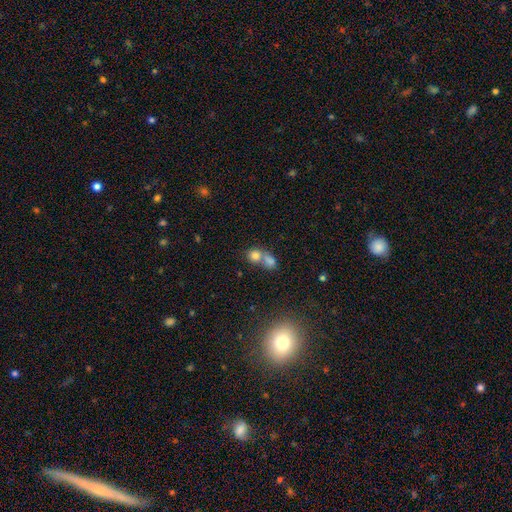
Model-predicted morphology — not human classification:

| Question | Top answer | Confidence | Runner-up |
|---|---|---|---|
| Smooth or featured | smooth | 77% | star or artifact (12%) |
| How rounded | round | 67% | in between (31%) |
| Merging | merger | 62% | none (29%) |